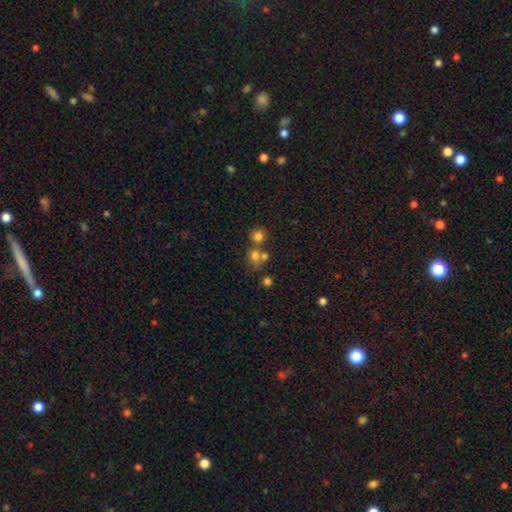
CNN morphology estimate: smooth-or-featured: smooth: 68% | star or artifact: 18% | featured or disk: 14%
  how-rounded: round: 81% | in between: 18% | cigar-shaped: 1%
  merging: none: 46% | merger: 40% | minor disturbance: 8% | major disturbance: 5%